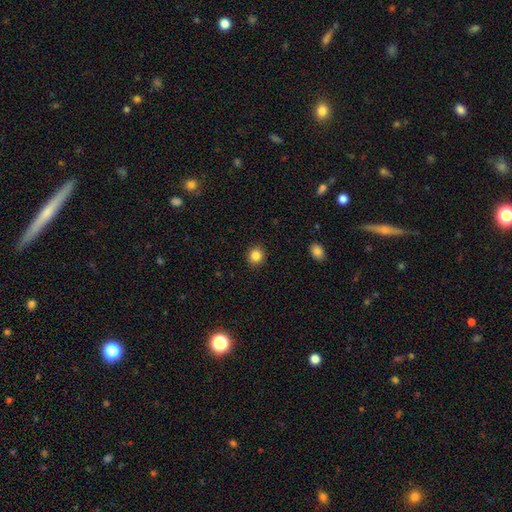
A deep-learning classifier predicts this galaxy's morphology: type=smooth (84%); roundness=round (88%); merging=none (92%).